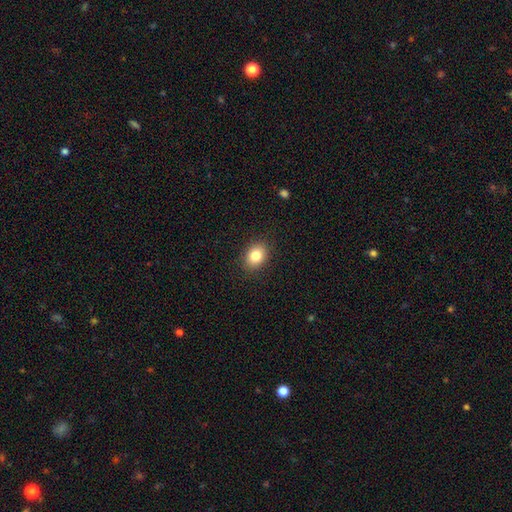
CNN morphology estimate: Smooth or featured: smooth — 82% (star or artifact — 10%)
How rounded: in between — 56% (round — 43%)
Merging: none — 89% (minor disturbance — 8%)